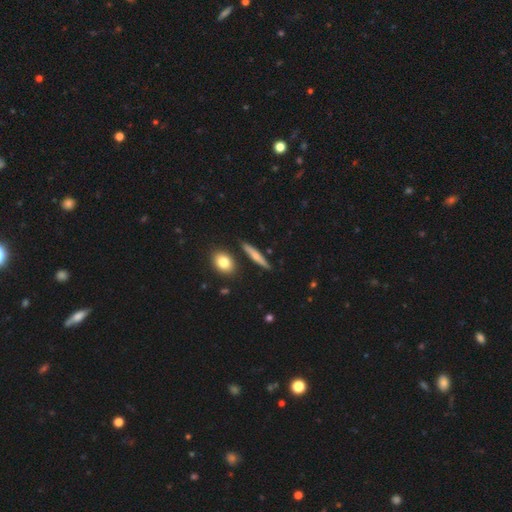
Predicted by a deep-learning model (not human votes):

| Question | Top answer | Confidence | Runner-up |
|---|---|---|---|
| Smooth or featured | smooth | 59% | featured or disk (34%) |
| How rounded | cigar-shaped | 85% | in between (11%) |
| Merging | none | 85% | minor disturbance (9%) |